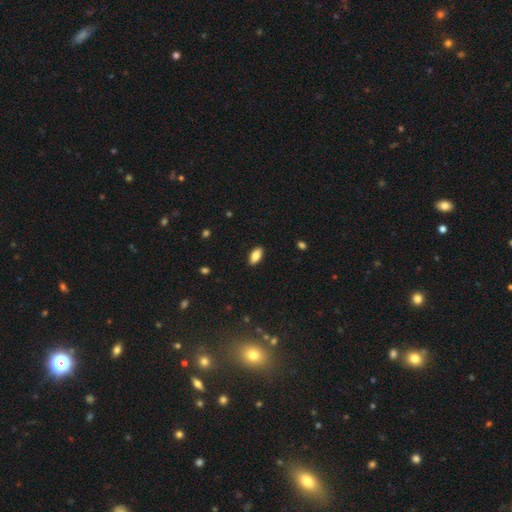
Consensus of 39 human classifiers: smooth-or-featured: smooth: 85% | star or artifact: 10% | featured or disk: 5%
  how-rounded: in between: 85% | cigar-shaped: 12% | round: 3%
  merging: none: 100% | minor disturbance: 0% | major disturbance: 0% | merger: 0%